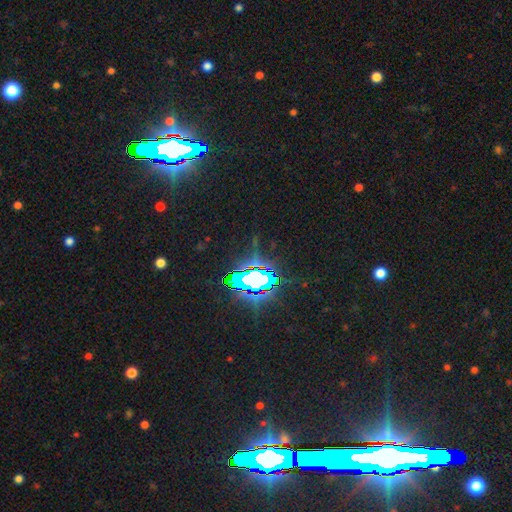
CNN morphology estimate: smooth_or_featured: star or artifact (p=0.78) [alt: smooth p=0.12]